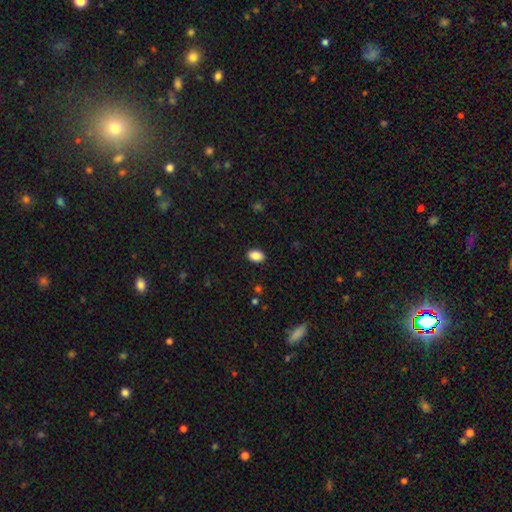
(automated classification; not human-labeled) Morphology: type=smooth (87%); roundness=in between (81%); merging=none (89%).